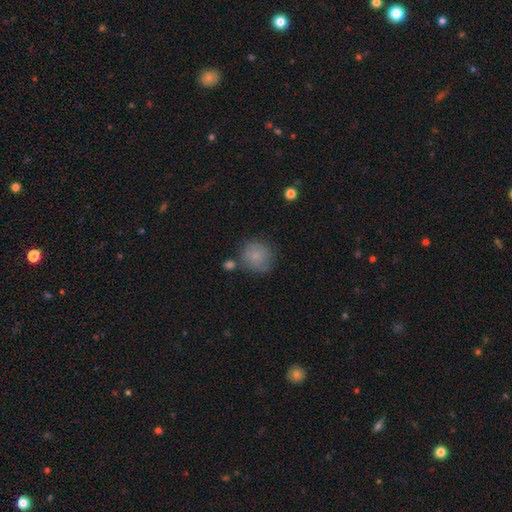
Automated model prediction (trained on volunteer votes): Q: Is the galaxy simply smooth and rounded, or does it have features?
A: smooth — 78%.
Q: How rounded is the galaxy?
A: round — 86%.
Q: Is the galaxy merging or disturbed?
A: none — 65%.